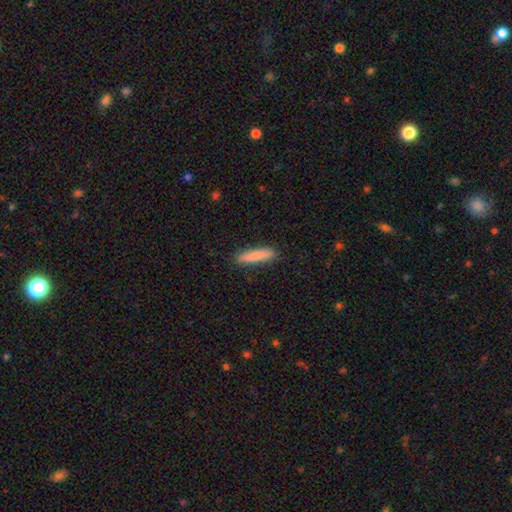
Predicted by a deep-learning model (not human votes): smooth_or_featured: smooth (p=0.85) [alt: featured or disk p=0.09]
how_rounded: cigar-shaped (p=0.86) [alt: in between p=0.12]
merging: none (p=0.89) [alt: minor disturbance p=0.08]